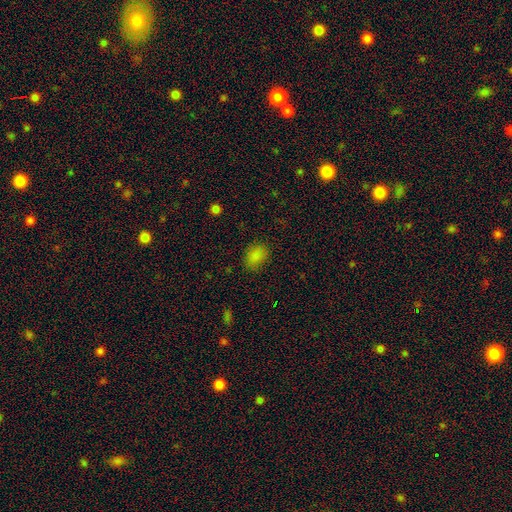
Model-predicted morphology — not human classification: type=smooth (83%); roundness=in between (70%); merging=none (82%).